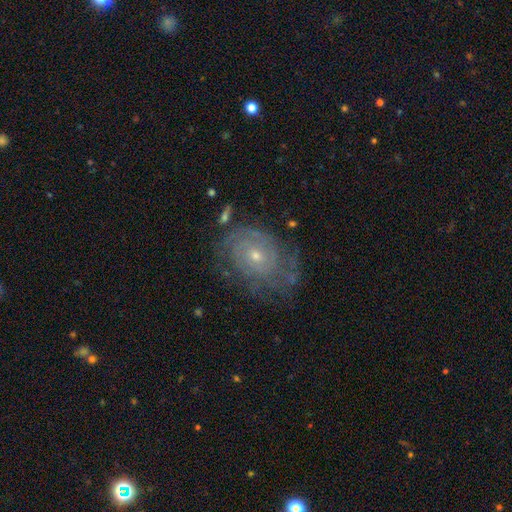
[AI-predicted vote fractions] Smooth or featured? featured or disk (81%)
Edge-on disk? no (97%)
Bar? no (77%)
Spiral arms? yes (91%)
Spiral winding? tight (73%)
Spiral arm count? can't tell (45%)
Bulge size? small (61%)
Merging? none (65%)